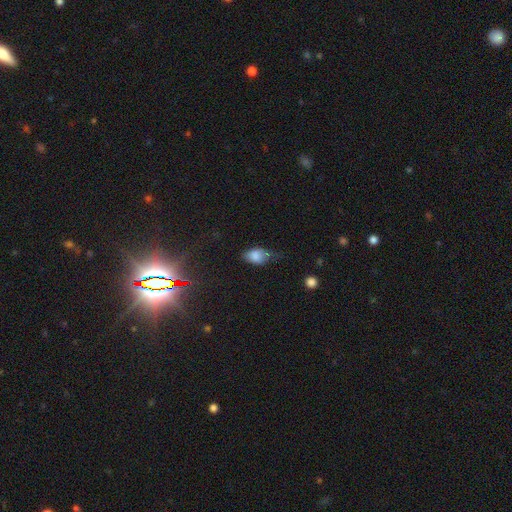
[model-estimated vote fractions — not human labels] Smooth or featured?
  - smooth: 77% *
  - featured or disk: 13%
  - star or artifact: 10%
How rounded?
  - in between: 86% *
  - round: 11%
  - cigar-shaped: 3%
Merging?
  - minor disturbance: 43% *
  - none: 34%
  - major disturbance: 20%
  - merger: 3%